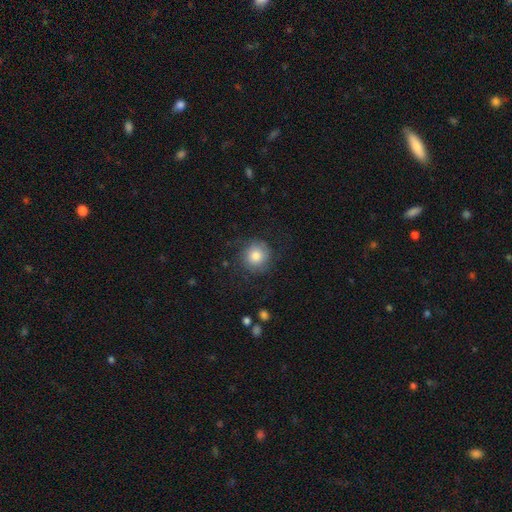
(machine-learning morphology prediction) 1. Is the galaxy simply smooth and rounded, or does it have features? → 71% smooth, 21% featured or disk, 8% star or artifact.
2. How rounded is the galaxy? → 90% round, 9% in between, 1% cigar-shaped.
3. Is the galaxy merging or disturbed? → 73% none, 16% minor disturbance, 10% major disturbance, 1% merger.